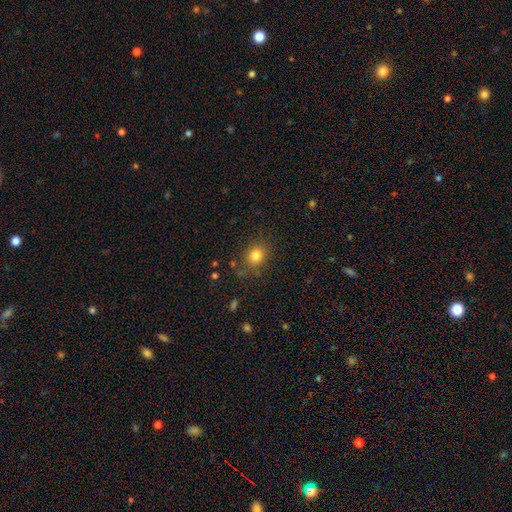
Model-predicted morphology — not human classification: Smooth or featured?
  - smooth: 81% *
  - star or artifact: 12%
  - featured or disk: 7%
How rounded?
  - round: 65% *
  - in between: 34%
  - cigar-shaped: 1%
Merging?
  - none: 79% *
  - minor disturbance: 13%
  - major disturbance: 5%
  - merger: 3%